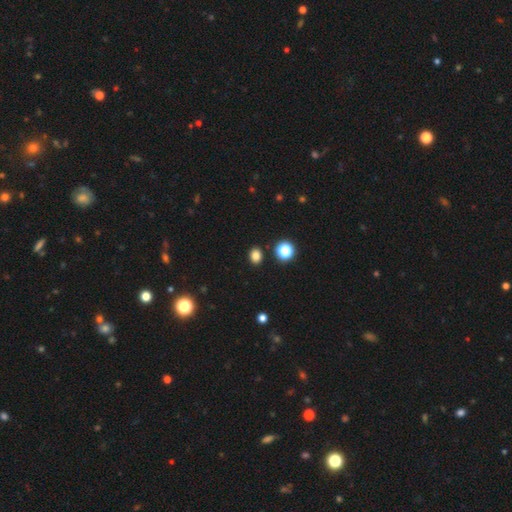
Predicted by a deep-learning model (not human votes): Morphology: type=smooth (81%); roundness=round (55%); merging=none (88%).